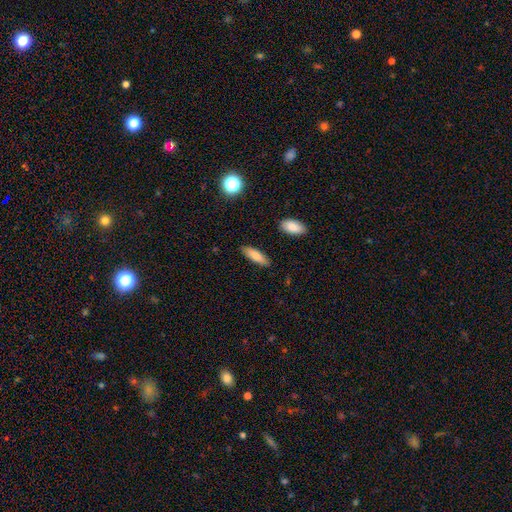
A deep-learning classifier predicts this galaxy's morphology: smooth-or-featured: smooth: 81% | featured or disk: 12% | star or artifact: 7%
  how-rounded: in between: 52% | cigar-shaped: 46% | round: 2%
  merging: none: 87% | minor disturbance: 9% | major disturbance: 2% | merger: 2%